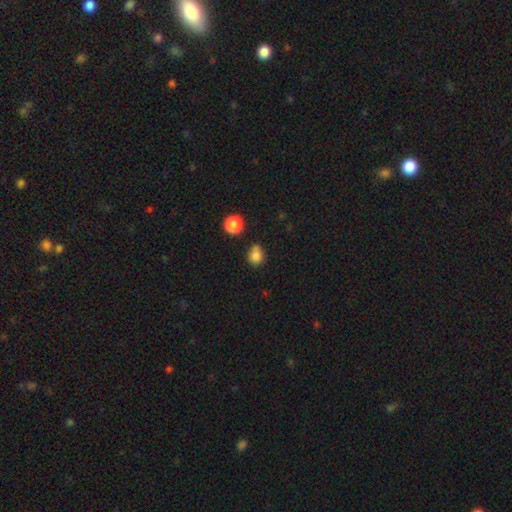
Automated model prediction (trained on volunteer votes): Overall: smooth (80%). How rounded: round (70%). Merging: none (54%; minor disturbance 26%).